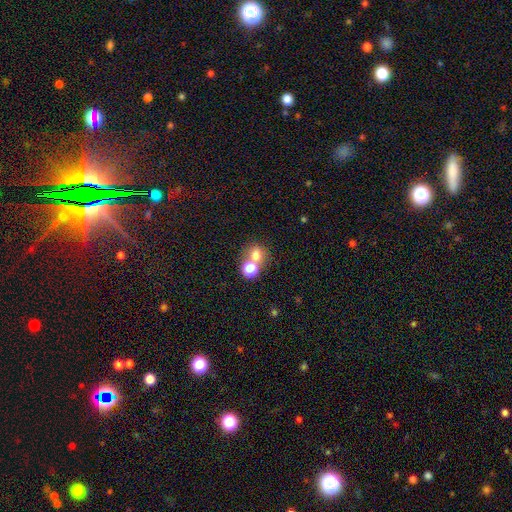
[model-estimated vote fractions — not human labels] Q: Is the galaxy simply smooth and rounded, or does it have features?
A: smooth — 74%.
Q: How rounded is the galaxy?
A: round — 76%.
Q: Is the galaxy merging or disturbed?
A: merger — 46%.